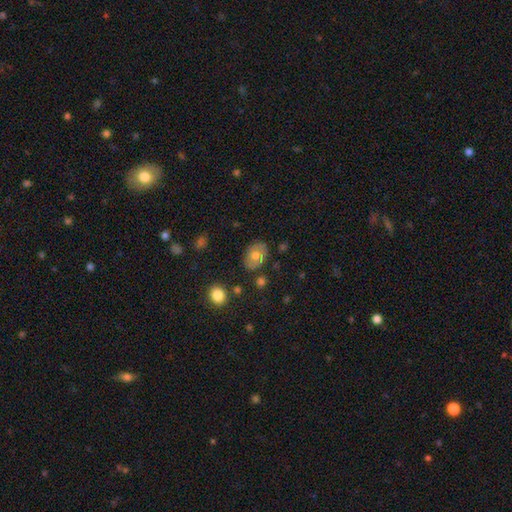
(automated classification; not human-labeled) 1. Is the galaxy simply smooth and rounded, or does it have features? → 60% smooth, 33% featured or disk, 8% star or artifact.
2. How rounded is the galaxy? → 74% in between, 25% round, 1% cigar-shaped.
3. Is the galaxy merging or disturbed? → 78% none, 15% minor disturbance, 4% major disturbance, 3% merger.